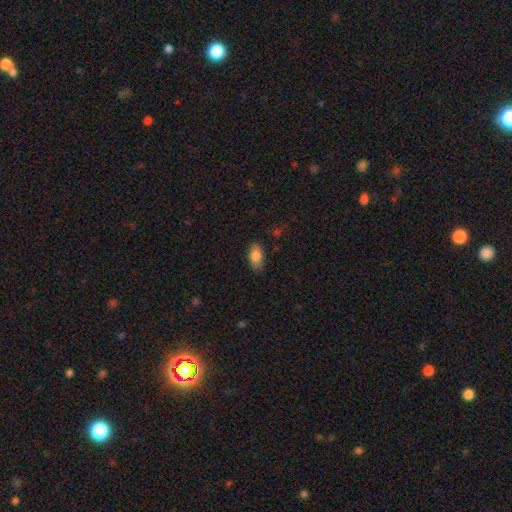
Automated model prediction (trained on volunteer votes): Smooth or featured? smooth (83%)
How rounded? in between (91%)
Merging? none (81%)